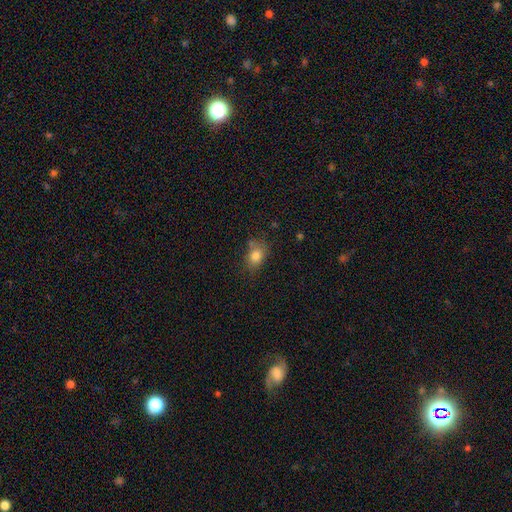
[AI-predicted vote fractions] A smooth galaxy with no disk features (80%) that is in between round and cigar-shaped (66%).

Vote fractions:
- Smooth or featured? smooth: 80% / star or artifact: 10% / featured or disk: 9%
- How rounded? in between: 66% / round: 33% / cigar-shaped: 1%
- Merging? none: 64% / minor disturbance: 21% / merger: 9% / major disturbance: 6%